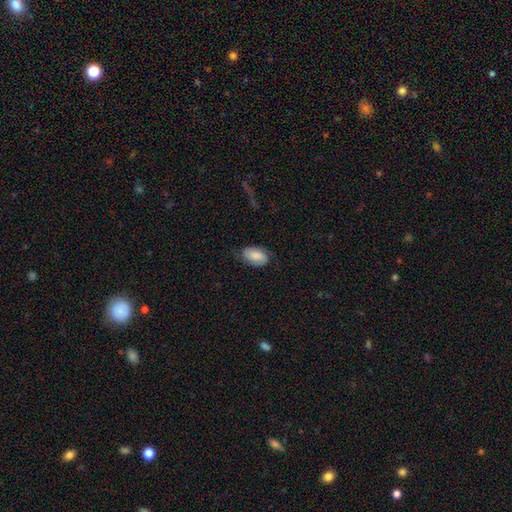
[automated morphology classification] This is likely a smooth galaxy (61%). How rounded: clearly in between (93%). Merging: likely none (68%).